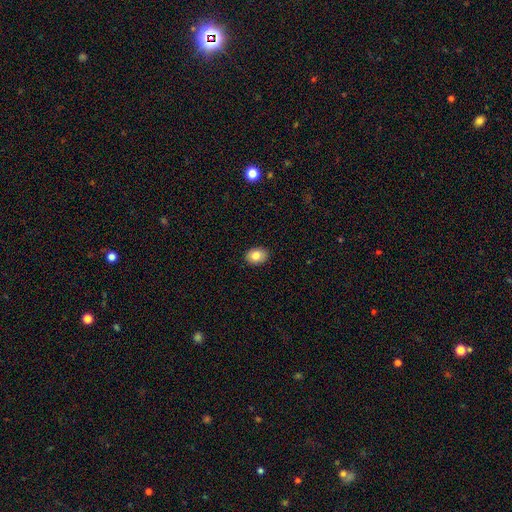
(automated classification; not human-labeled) smooth-or-featured: smooth: 81% | featured or disk: 11% | star or artifact: 8%
  how-rounded: in between: 68% | round: 31% | cigar-shaped: 1%
  merging: none: 90% | minor disturbance: 8% | major disturbance: 2% | merger: 1%